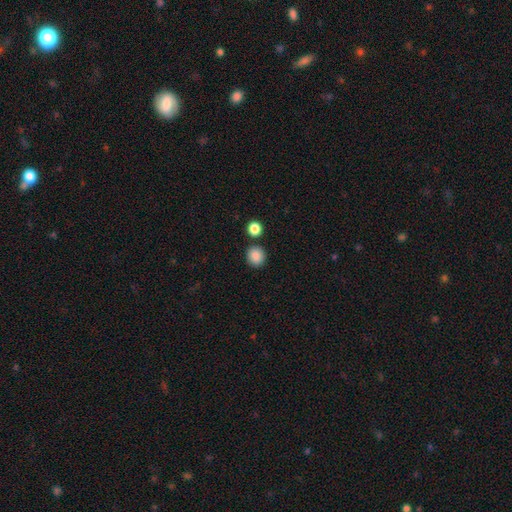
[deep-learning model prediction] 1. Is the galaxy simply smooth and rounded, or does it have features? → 88% smooth, 9% star or artifact, 3% featured or disk.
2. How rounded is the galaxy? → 86% round, 13% in between, 1% cigar-shaped.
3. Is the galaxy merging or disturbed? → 84% none, 7% minor disturbance, 7% merger, 2% major disturbance.